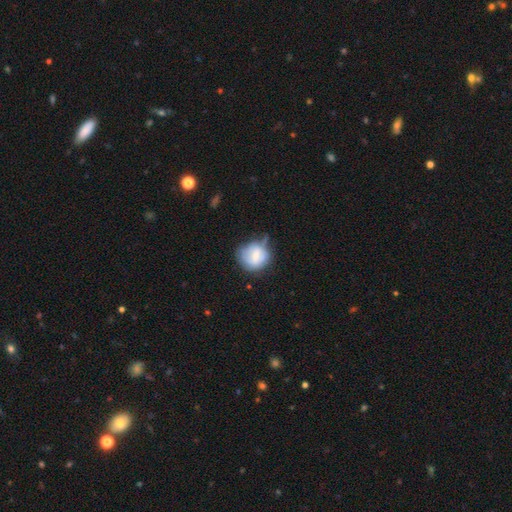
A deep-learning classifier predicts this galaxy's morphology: Q: Smooth or featured?
A: smooth (56%); runner-up: featured or disk (35%)
Q: How rounded?
A: round (75%); runner-up: in between (23%)
Q: Merging?
A: none (45%); runner-up: minor disturbance (34%)